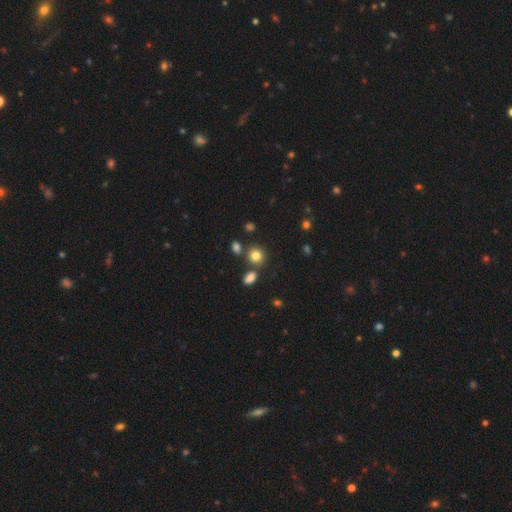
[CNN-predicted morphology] A smooth galaxy with no disk features (81%) that is round (83%). Merging: none (74%).